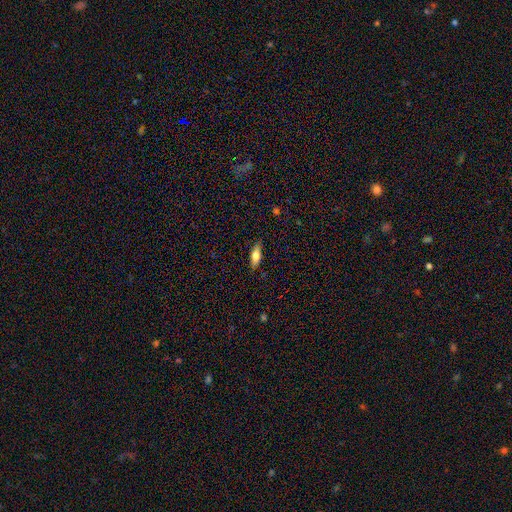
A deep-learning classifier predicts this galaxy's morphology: smooth 67%, featured or disk 26%, star or artifact 7%. Down the decision tree: how rounded — in between (64%); merging — none (86%).